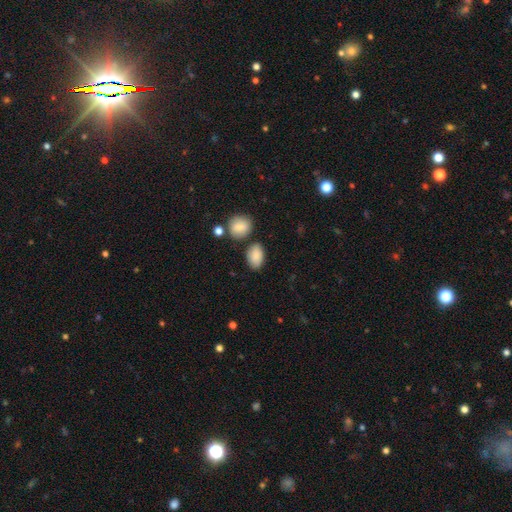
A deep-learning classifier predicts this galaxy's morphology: Smooth or featured: smooth — 87% (star or artifact — 7%)
How rounded: in between — 87% (round — 12%)
Merging: none — 74% (minor disturbance — 15%)